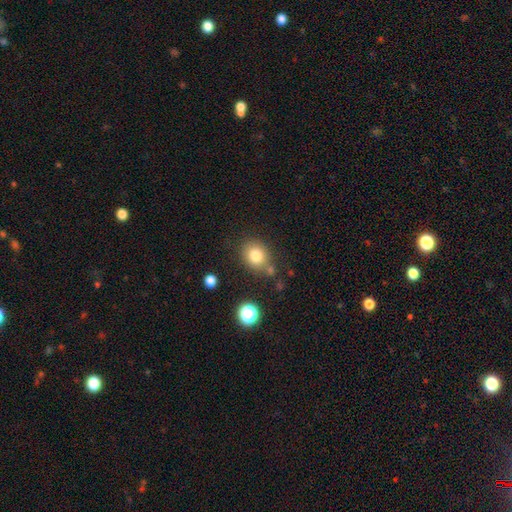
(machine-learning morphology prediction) Overall: smooth (80%). How rounded: round (67%; in between 32%). Merging: none (72%).